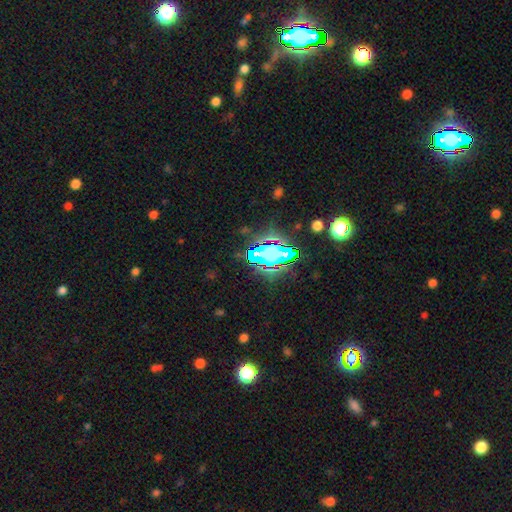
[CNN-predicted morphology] smooth-or-featured: star or artifact: 68% | smooth: 19% | featured or disk: 13%